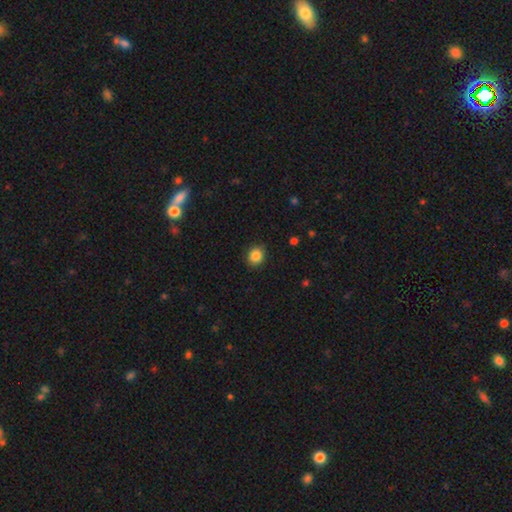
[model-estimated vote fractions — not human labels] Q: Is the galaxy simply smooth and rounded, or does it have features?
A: smooth — 86%.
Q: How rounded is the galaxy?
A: round — 69%.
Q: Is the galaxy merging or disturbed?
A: none — 89%.